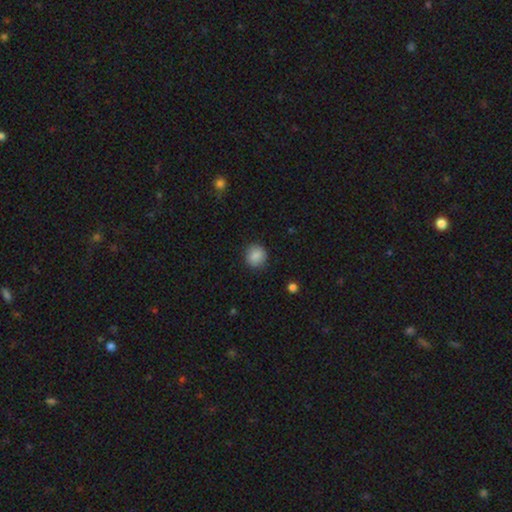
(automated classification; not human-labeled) This is clearly a smooth galaxy (87%). How rounded: clearly round (89%). Merging: clearly none (88%).